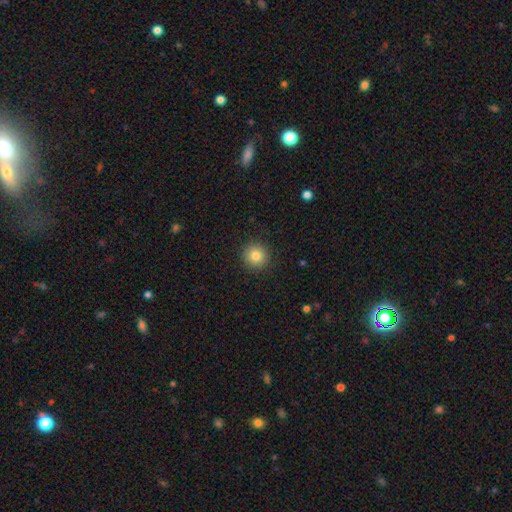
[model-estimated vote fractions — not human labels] Smooth or featured: smooth — 82% (star or artifact — 11%)
How rounded: round — 95% (in between — 4%)
Merging: none — 92% (minor disturbance — 5%)